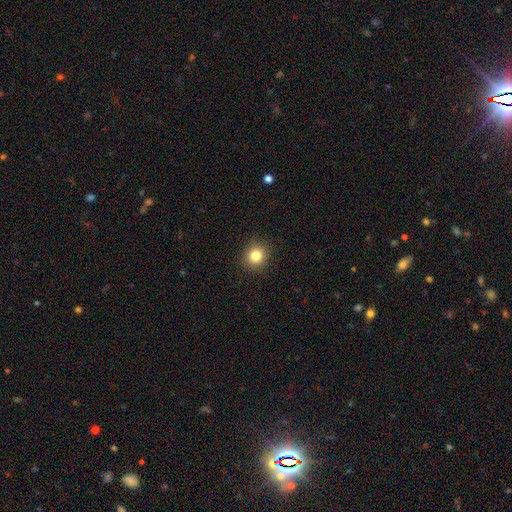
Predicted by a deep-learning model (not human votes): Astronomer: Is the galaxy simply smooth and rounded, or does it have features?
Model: smooth — 82%.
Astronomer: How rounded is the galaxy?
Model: round — 85%.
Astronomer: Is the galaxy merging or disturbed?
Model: none — 91%.